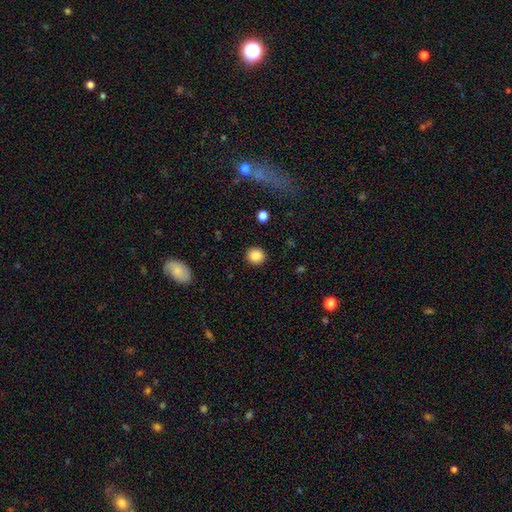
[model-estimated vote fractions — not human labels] Overall: smooth (87%). How rounded: round (87%). Merging: none (91%).